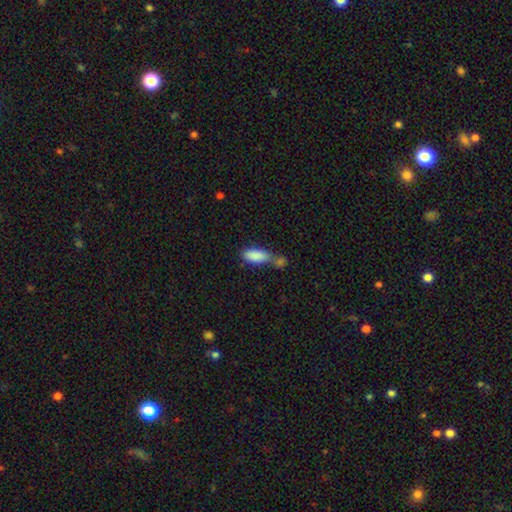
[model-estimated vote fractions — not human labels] The model was most divided on "merging": merger: 45%, none: 34%, minor disturbance: 15%, major disturbance: 7%. More confident: smooth or featured — smooth (86%); how rounded — in between (76%).